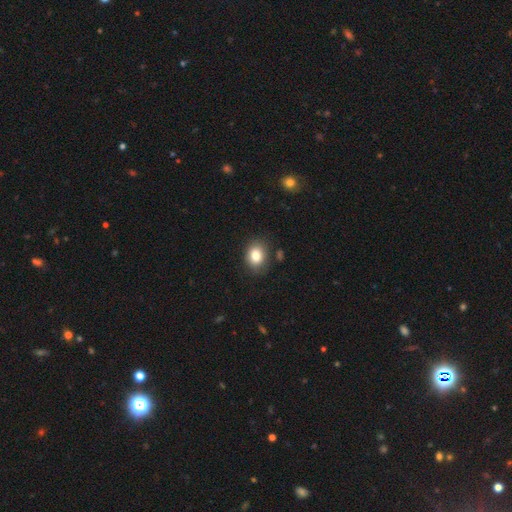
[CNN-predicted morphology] smooth 82%, star or artifact 10%, featured or disk 8%. Down the decision tree: how rounded — in between (54%); merging — none (82%).